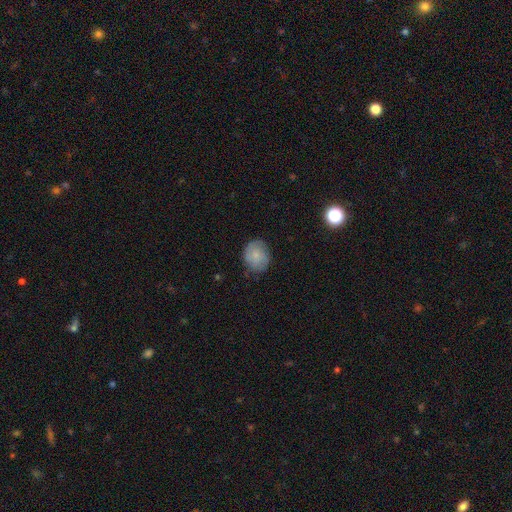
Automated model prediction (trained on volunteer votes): Morphology: type=smooth (72%); roundness=round (68%); merging=none (74%).